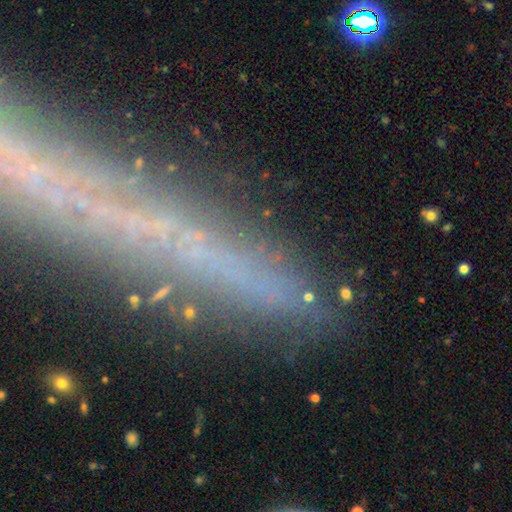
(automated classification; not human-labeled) Smooth or featured? featured or disk (44%)
Merging? none (81%)